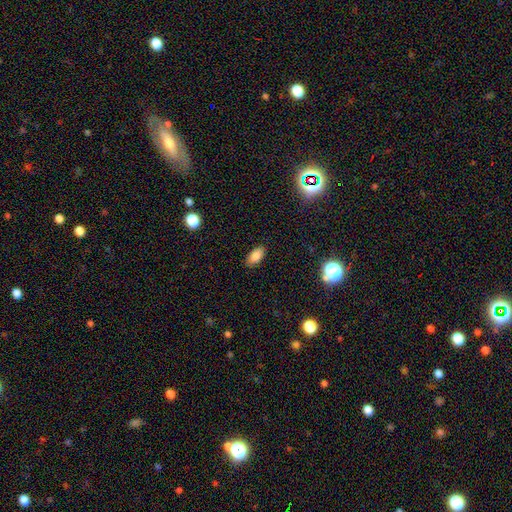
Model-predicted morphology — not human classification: A smooth galaxy with no disk features (83%) that is in between round and cigar-shaped (91%).

Vote fractions:
- Smooth or featured? smooth: 83% / star or artifact: 10% / featured or disk: 7%
- How rounded? in between: 91% / cigar-shaped: 5% / round: 4%
- Merging? none: 88% / minor disturbance: 9% / major disturbance: 2% / merger: 1%